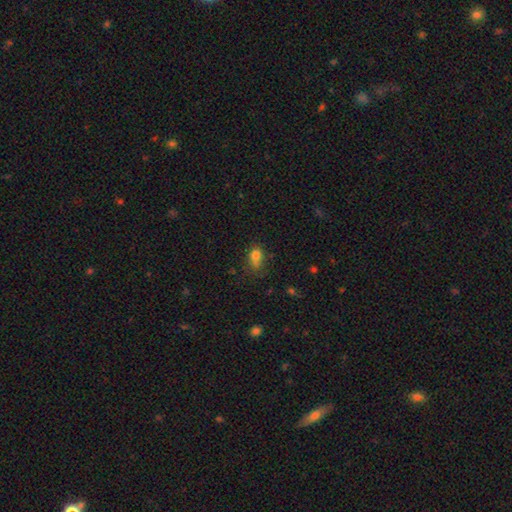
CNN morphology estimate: Overall: smooth (78%). How rounded: in between (57%; round 41%). Merging: none (47%; minor disturbance 28%).